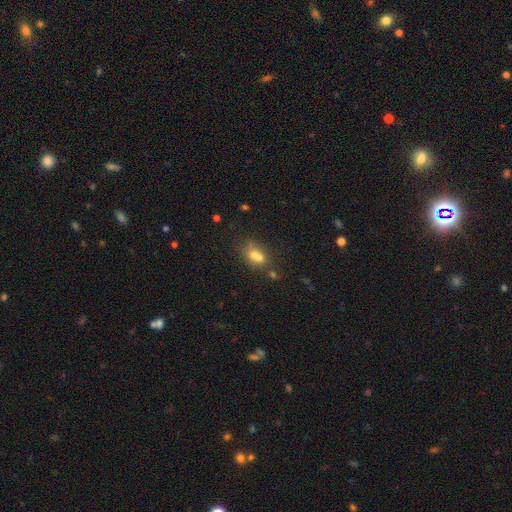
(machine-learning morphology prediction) A smooth galaxy with no disk features (66%) that is in between round and cigar-shaped (60%).

Vote fractions:
- Smooth or featured? smooth: 66% / featured or disk: 18% / star or artifact: 16%
- How rounded? in between: 60% / round: 37% / cigar-shaped: 3%
- Merging? merger: 48% / none: 35% / minor disturbance: 12% / major disturbance: 6%